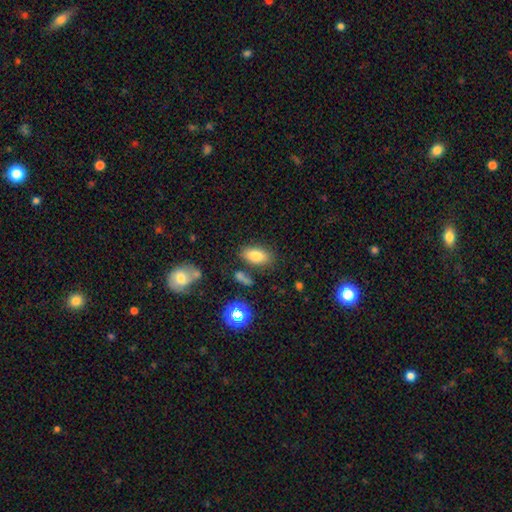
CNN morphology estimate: type=smooth (80%); roundness=in between (89%); merging=none (76%).